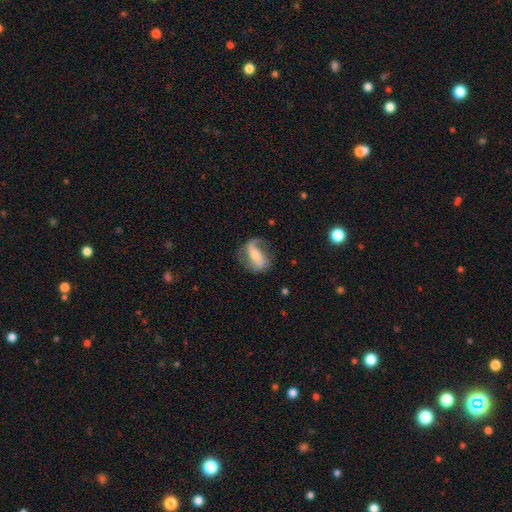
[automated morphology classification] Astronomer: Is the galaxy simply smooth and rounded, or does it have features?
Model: featured or disk — 67%.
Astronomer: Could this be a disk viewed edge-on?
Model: no — 93%.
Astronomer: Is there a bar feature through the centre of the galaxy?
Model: strong — 43% (runner-up: weak, 32%).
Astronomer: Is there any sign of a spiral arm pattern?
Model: yes — 84%.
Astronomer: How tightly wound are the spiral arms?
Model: loose — 52% (runner-up: medium, 34%).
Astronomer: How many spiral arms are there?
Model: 2 — 62%.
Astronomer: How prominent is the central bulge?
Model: moderate — 43% (runner-up: small, 39%).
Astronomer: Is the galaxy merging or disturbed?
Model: none — 54%.